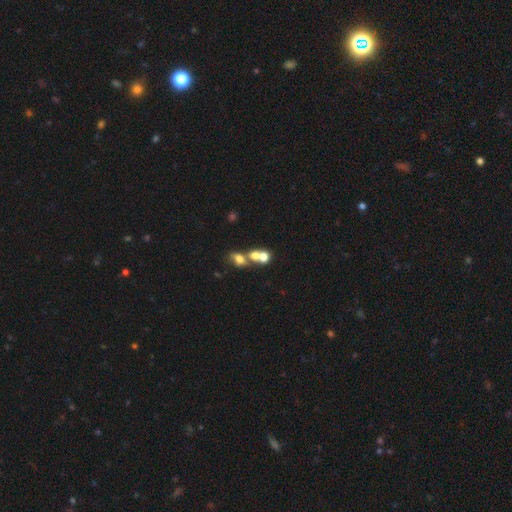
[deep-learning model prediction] Q: Smooth or featured?
A: smooth (63%); runner-up: featured or disk (22%)
Q: How rounded?
A: round (57%); runner-up: in between (40%)
Q: Merging?
A: merger (60%); runner-up: none (27%)